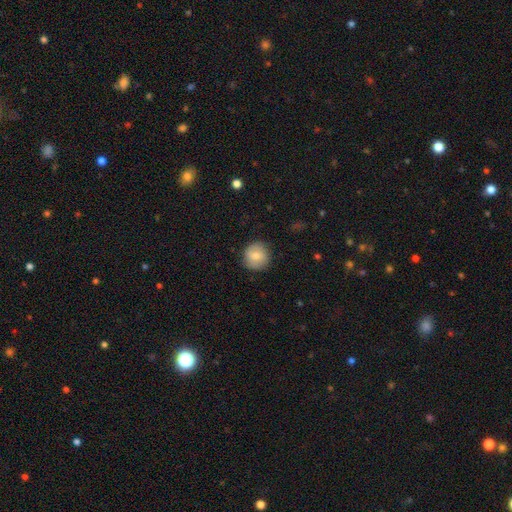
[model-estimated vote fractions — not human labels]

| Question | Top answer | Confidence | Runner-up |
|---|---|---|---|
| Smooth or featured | smooth | 77% | featured or disk (16%) |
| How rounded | round | 91% | in between (8%) |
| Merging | none | 84% | minor disturbance (12%) |